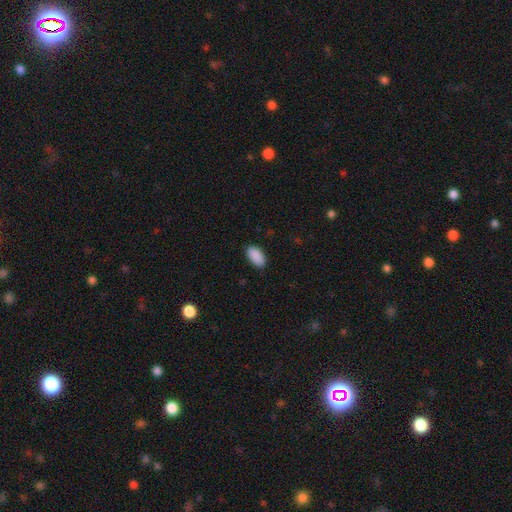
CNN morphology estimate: smooth-or-featured: smooth: 91% | star or artifact: 7% | featured or disk: 3%
  how-rounded: in between: 95% | round: 3% | cigar-shaped: 2%
  merging: none: 87% | minor disturbance: 10% | major disturbance: 2% | merger: 1%